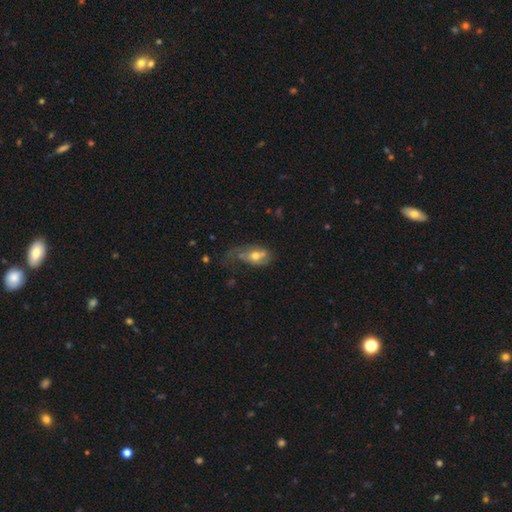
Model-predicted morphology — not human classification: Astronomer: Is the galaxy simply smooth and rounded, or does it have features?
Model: smooth — 52% (runner-up: featured or disk, 39%).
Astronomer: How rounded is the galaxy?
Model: in between — 80%.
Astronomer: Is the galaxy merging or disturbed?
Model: major disturbance — 34% (runner-up: none, 26%).